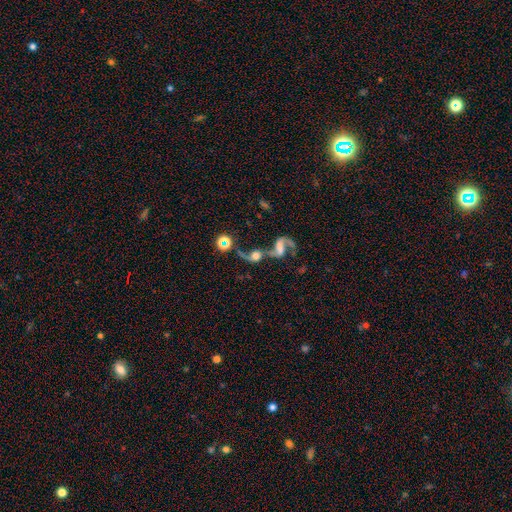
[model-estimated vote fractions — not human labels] A featured or disk galaxy (56%) with no bar (57%), spiral arms (74%) and a moderate central bulge (31%). Merging: merger (63%).